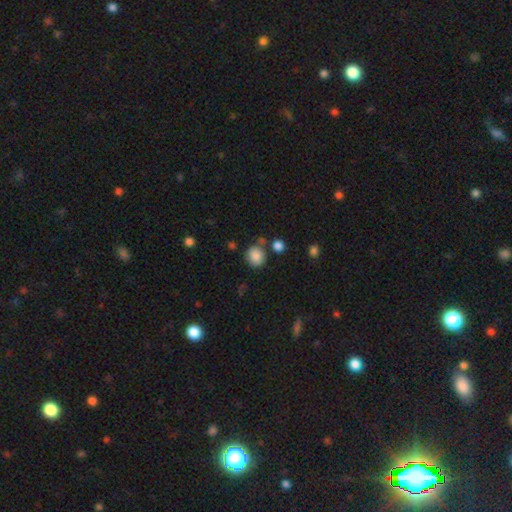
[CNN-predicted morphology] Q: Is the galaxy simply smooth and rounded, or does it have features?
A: smooth — 86%.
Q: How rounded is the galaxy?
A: round — 78%.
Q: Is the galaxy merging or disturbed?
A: none — 72%.